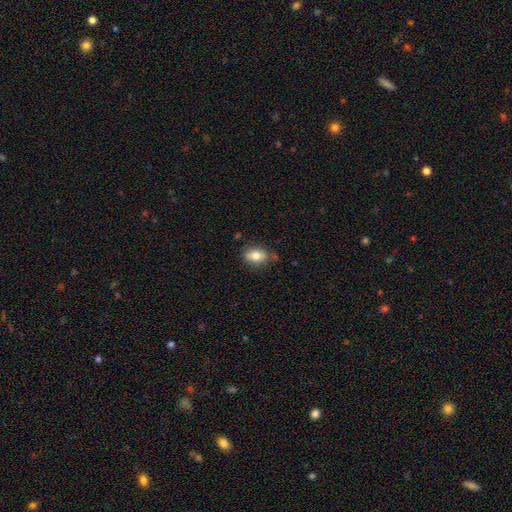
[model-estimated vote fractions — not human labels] The model was most divided on "merging": none: 72%, minor disturbance: 20%, merger: 4%, major disturbance: 4%. More confident: how rounded — in between (79%); smooth or featured — smooth (78%).